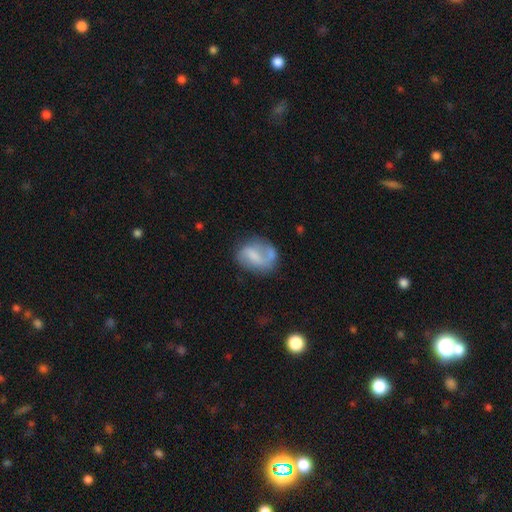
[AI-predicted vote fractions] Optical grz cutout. It shows a featured or disk galaxy (56%) with a weak bar (43%), spiral arms (73%) and no central bulge (46%). Merging: none (52%).